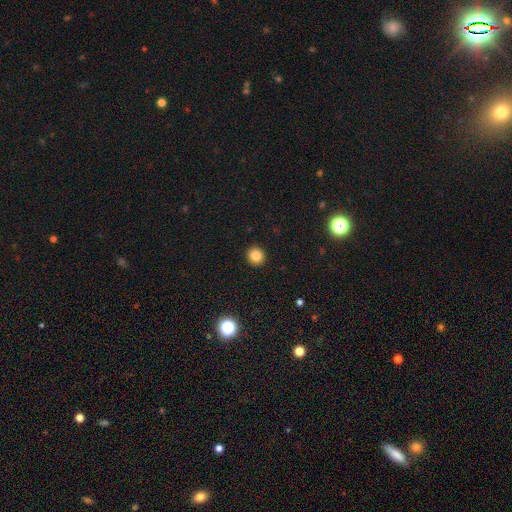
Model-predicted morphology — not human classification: Q: Smooth or featured?
A: smooth (82%); runner-up: star or artifact (12%)
Q: How rounded?
A: round (91%); runner-up: in between (9%)
Q: Merging?
A: none (93%); runner-up: minor disturbance (4%)